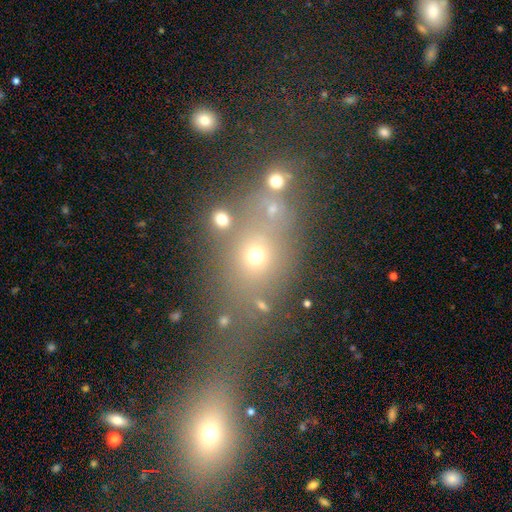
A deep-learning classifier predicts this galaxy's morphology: A smooth galaxy with no disk features (66%) that is round (67%).

Vote fractions:
- Smooth or featured? smooth: 66% / star or artifact: 20% / featured or disk: 14%
- How rounded? round: 67% / in between: 31% / cigar-shaped: 2%
- Merging? none: 46% / merger: 37% / minor disturbance: 10% / major disturbance: 6%